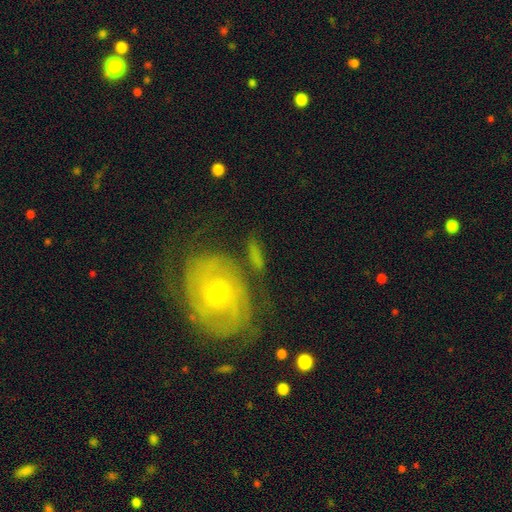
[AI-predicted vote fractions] smooth 46%, featured or disk 42%, star or artifact 12%. Down the decision tree: merging — none (68%).